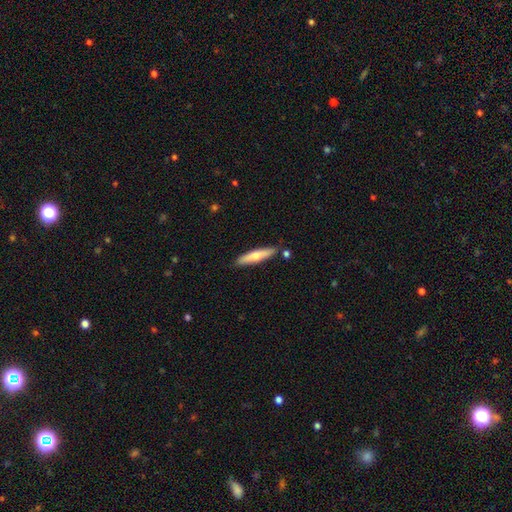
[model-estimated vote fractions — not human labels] Smooth or featured? Predicted: smooth (p=0.54). How rounded? Predicted: cigar-shaped (p=0.84). Merging? Predicted: none (p=0.85).